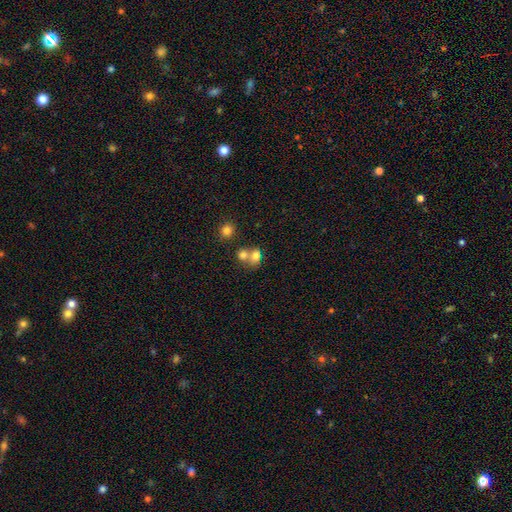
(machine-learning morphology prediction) smooth_or_featured: smooth (p=0.75) [alt: featured or disk p=0.13]
how_rounded: in between (p=0.50) [alt: round p=0.48]
merging: merger (p=0.53) [alt: none p=0.33]